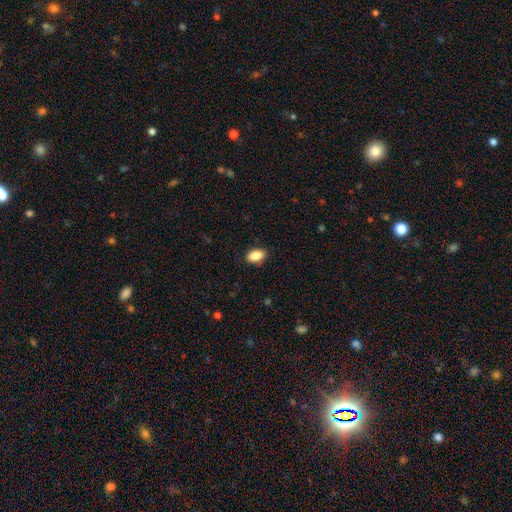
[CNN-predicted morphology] smooth_or_featured: smooth (p=0.87) [alt: star or artifact p=0.08]
how_rounded: in between (p=0.90) [alt: round p=0.09]
merging: none (p=0.88) [alt: minor disturbance p=0.09]